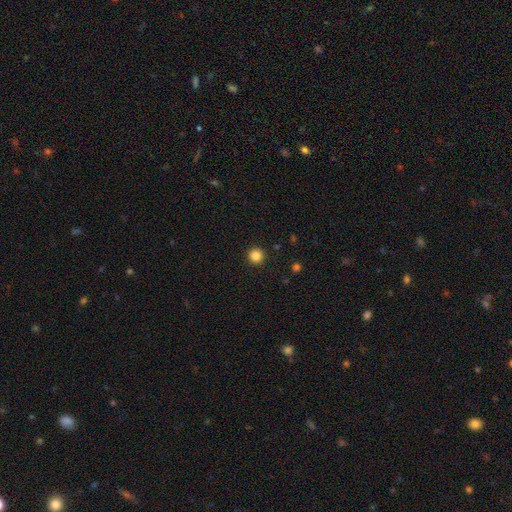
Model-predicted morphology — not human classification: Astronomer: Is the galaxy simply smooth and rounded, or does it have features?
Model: smooth — 85%.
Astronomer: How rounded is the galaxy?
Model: round — 96%.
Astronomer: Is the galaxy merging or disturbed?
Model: none — 93%.